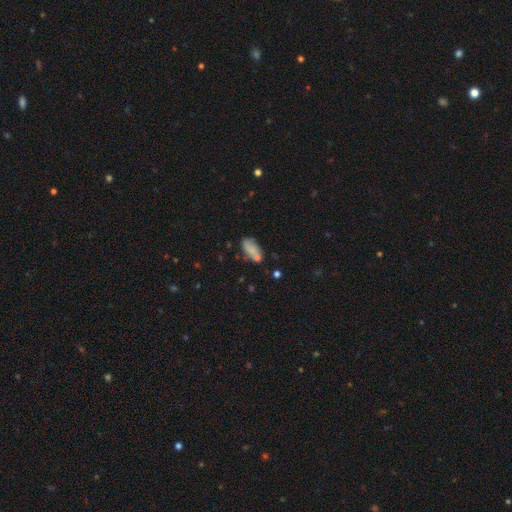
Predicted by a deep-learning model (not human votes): Morphology: type=smooth (75%); roundness=in between (84%); merging=none (57%).